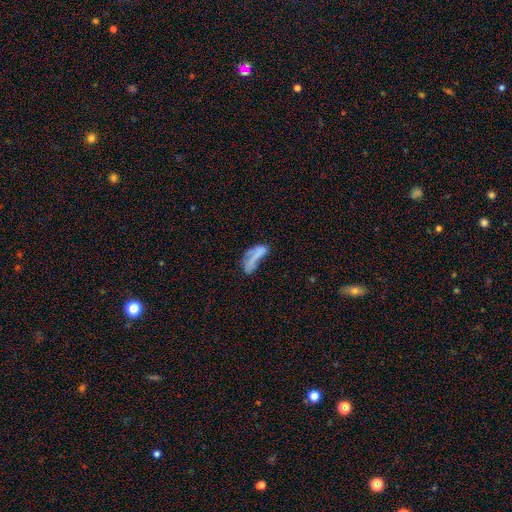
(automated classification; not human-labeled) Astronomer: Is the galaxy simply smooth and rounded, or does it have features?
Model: smooth — 59%.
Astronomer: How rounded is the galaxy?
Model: in between — 54% (runner-up: cigar-shaped, 42%).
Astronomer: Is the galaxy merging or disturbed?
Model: major disturbance — 30% (runner-up: none, 29%).